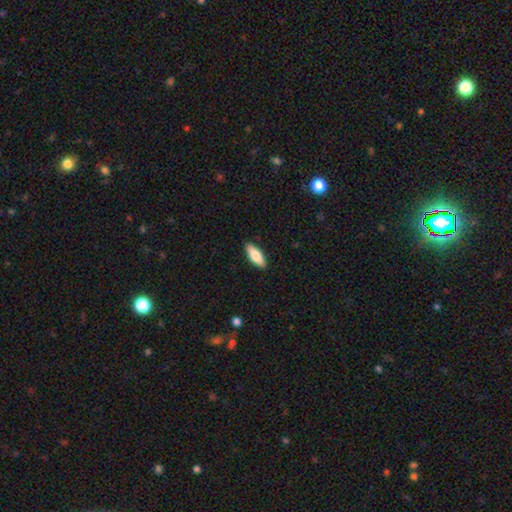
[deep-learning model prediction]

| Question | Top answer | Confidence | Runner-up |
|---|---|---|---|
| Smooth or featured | smooth | 78% | featured or disk (16%) |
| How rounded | in between | 67% | cigar-shaped (31%) |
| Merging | none | 90% | minor disturbance (7%) |